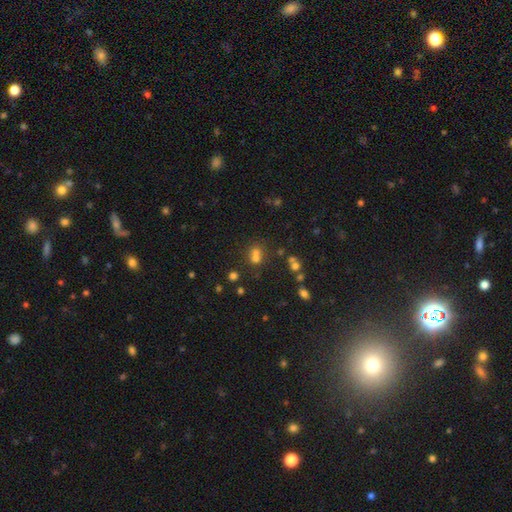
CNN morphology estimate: smooth_or_featured: smooth (p=0.57) [alt: star or artifact p=0.30]
how_rounded: round (p=0.68) [alt: in between p=0.30]
merging: merger (p=0.44) [alt: none p=0.43]